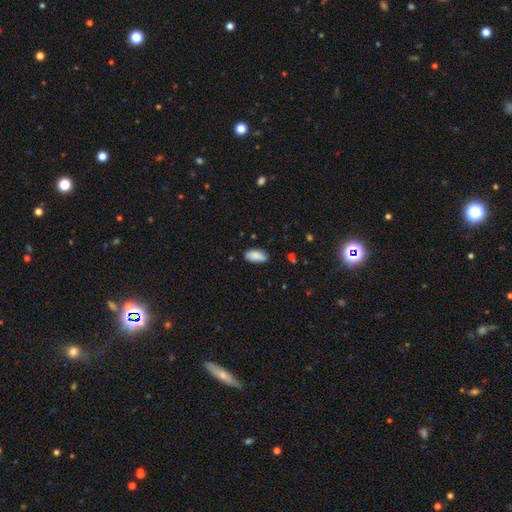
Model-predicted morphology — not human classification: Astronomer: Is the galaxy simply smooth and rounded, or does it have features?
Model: smooth — 88%.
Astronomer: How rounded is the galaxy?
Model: in between — 92%.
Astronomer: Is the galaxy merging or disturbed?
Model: none — 83%.